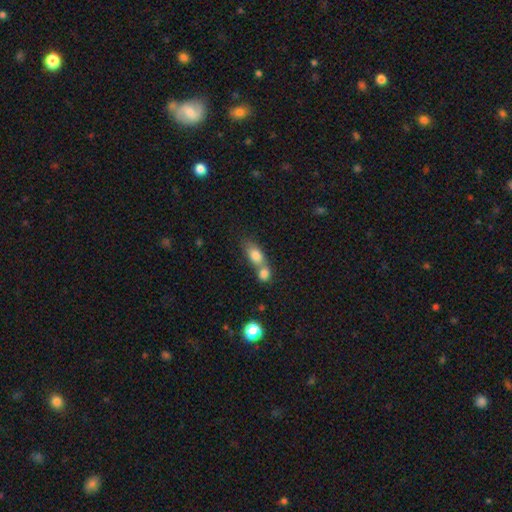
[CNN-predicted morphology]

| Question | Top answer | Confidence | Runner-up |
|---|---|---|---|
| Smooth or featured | smooth | 78% | featured or disk (13%) |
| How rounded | in between | 75% | round (17%) |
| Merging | merger | 65% | none (24%) |